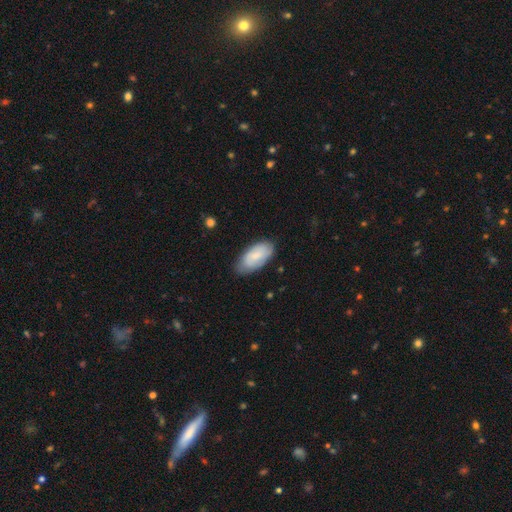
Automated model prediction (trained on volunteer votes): Smooth or featured? Predicted: smooth (p=0.72). How rounded? Predicted: in between (p=0.93). Merging? Predicted: none (p=0.72).